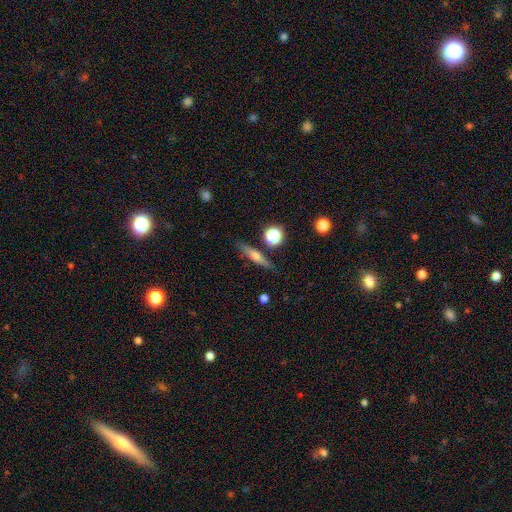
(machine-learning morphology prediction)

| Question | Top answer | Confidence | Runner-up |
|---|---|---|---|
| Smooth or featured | featured or disk | 47% | smooth (43%) |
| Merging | none | 84% | minor disturbance (10%) |